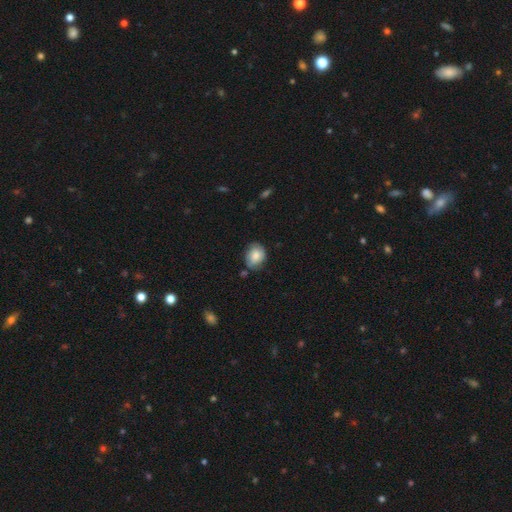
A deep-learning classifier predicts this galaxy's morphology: smooth-or-featured: smooth: 66% | featured or disk: 26% | star or artifact: 8%
  how-rounded: round: 56% | in between: 43% | cigar-shaped: 1%
  merging: none: 68% | minor disturbance: 24% | major disturbance: 5% | merger: 3%